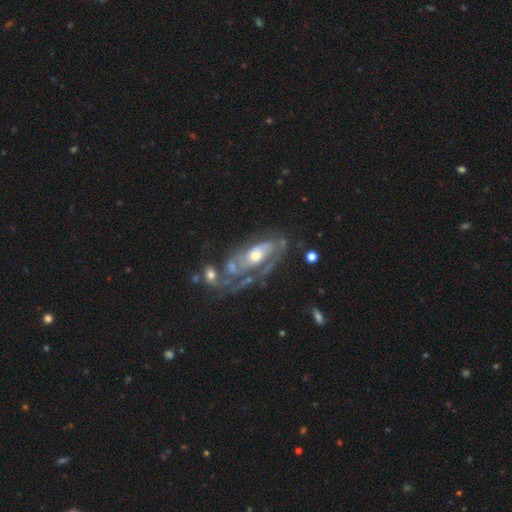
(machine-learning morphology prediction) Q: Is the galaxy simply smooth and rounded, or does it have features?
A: featured or disk — 82%.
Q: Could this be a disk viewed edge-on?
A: no — 93%.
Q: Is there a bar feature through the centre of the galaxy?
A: no — 73%.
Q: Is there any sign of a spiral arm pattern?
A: yes — 81%.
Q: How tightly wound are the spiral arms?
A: tight — 55%.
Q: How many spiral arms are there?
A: can't tell — 37%.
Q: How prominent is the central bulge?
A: moderate — 57%.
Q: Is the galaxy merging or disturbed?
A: none — 37%.